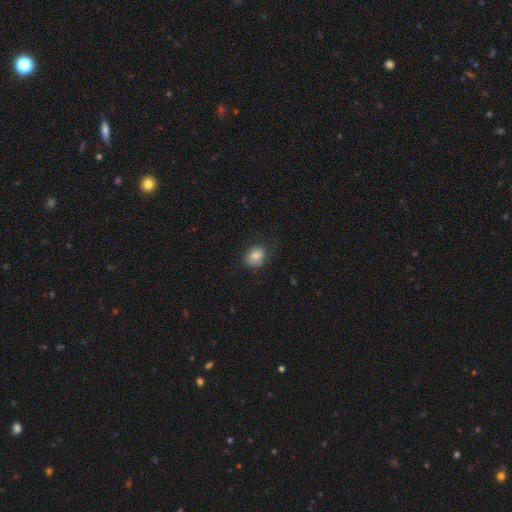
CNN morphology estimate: This is likely a smooth galaxy (77%). How rounded: possibly round (58%). Merging: likely none (72%).